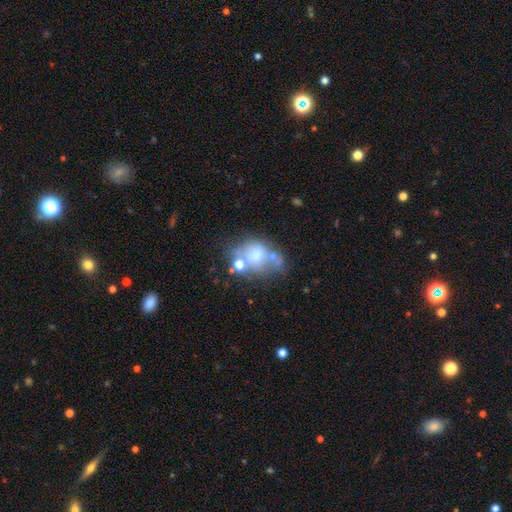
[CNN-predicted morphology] Smooth or featured: smooth — 55% (featured or disk — 31%)
How rounded: in between — 57% (round — 42%)
Merging: merger — 32% (tied with none — 32%)